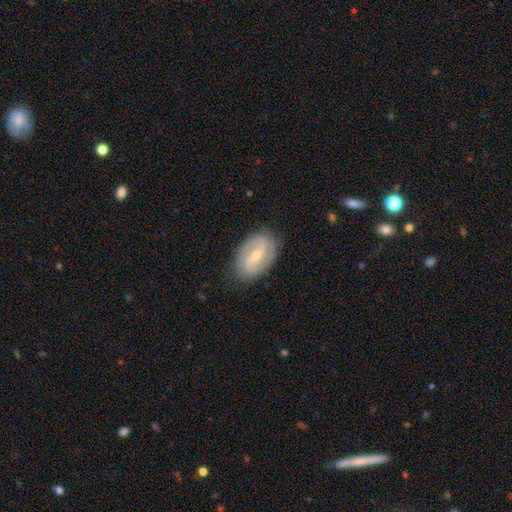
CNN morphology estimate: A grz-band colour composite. It shows a featured or disk galaxy (71%) with a weak bar (48%), 2 (87%) medium (39%, tied with loose) spiral arms (86%) and a small central bulge (57%). Merging: none (82%).